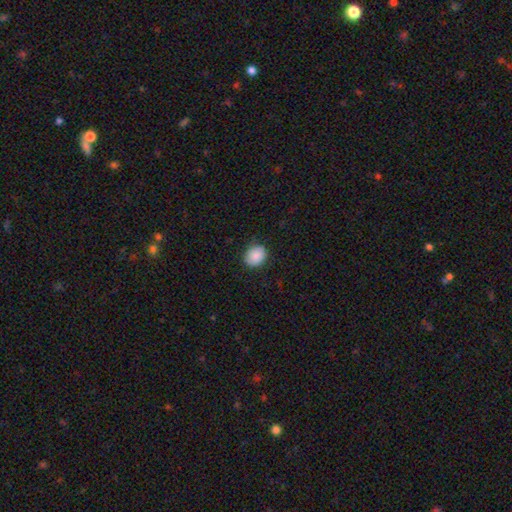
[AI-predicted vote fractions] A smooth galaxy with no disk features (88%) that is round (55%). Merging: none (86%).